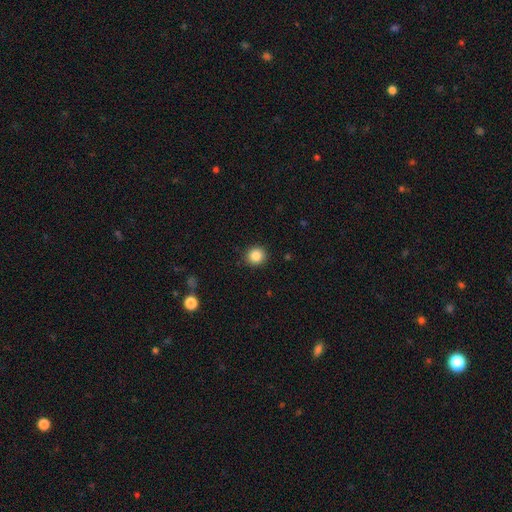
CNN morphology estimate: smooth 86%, star or artifact 10%, featured or disk 4%. Down the decision tree: how rounded — round (92%); merging — none (92%).